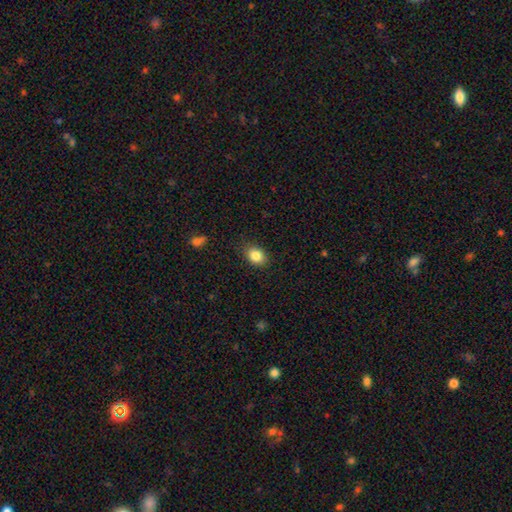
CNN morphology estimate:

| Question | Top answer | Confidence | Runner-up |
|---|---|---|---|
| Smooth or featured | smooth | 85% | star or artifact (9%) |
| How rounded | in between | 61% | round (38%) |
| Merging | none | 84% | minor disturbance (12%) |